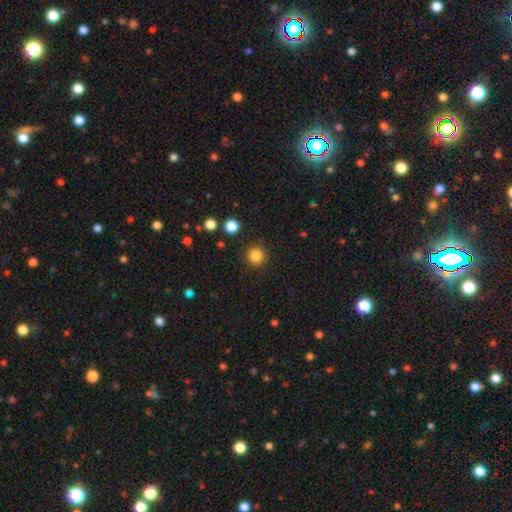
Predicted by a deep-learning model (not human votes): The model was most divided on "smooth or featured": smooth: 84%, star or artifact: 11%, featured or disk: 4%. More confident: how rounded — round (93%); merging — none (90%).